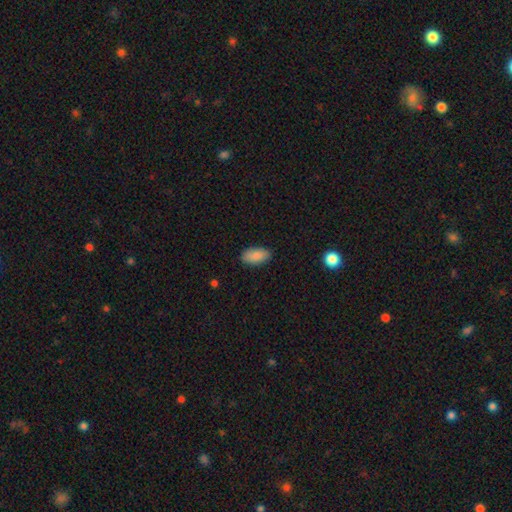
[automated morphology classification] This is clearly a smooth galaxy (88%). How rounded: clearly in between (94%). Merging: clearly none (87%).